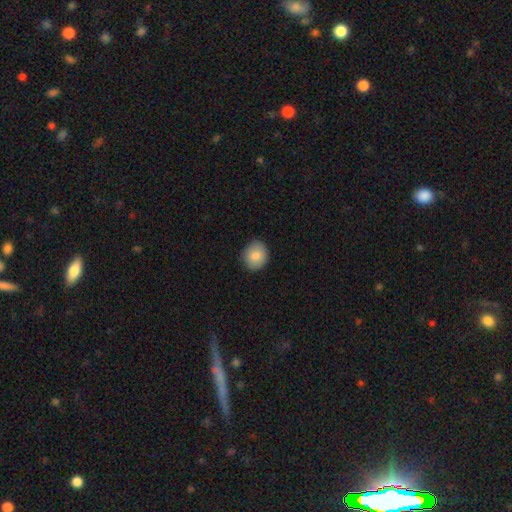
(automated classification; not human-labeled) Q: Smooth or featured?
A: smooth (85%); runner-up: star or artifact (7%)
Q: How rounded?
A: round (74%); runner-up: in between (25%)
Q: Merging?
A: none (88%); runner-up: minor disturbance (9%)